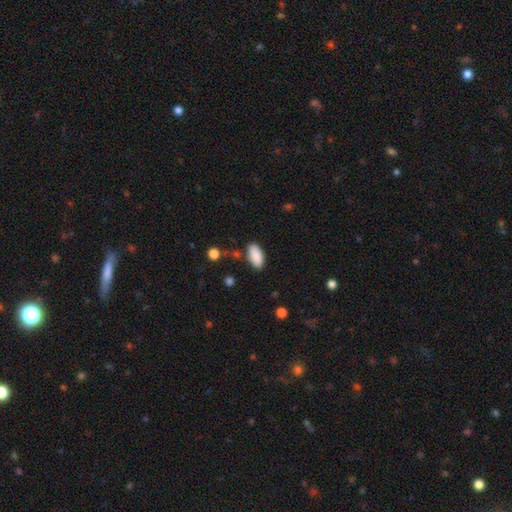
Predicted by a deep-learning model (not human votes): Morphology: type=smooth (89%); roundness=in between (91%); merging=none (81%).